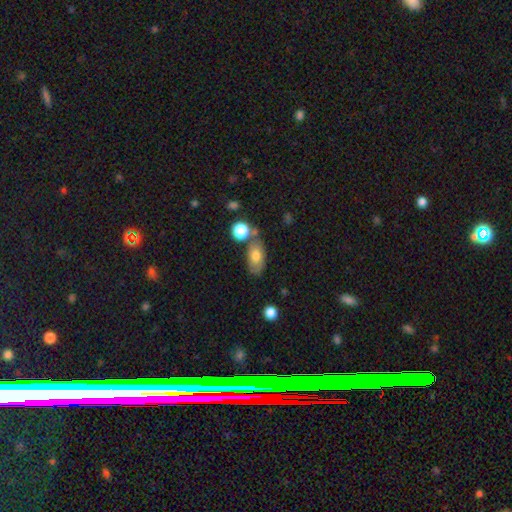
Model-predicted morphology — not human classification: This is likely a smooth galaxy (73%). How rounded: clearly in between (88%). Merging: possibly none (58%).